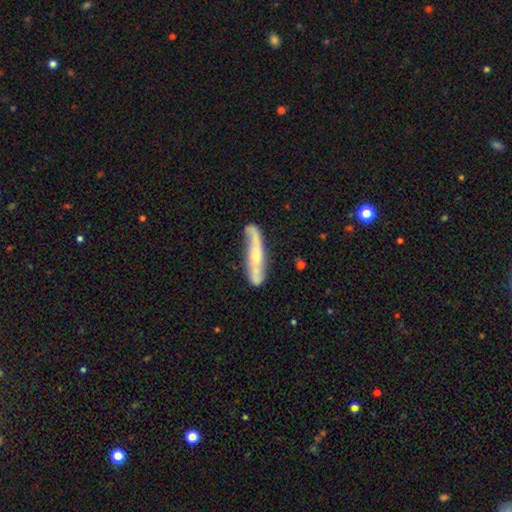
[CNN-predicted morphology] Smooth or featured? featured or disk (66%)
Edge-on disk? yes (52%)
Merging? none (67%)